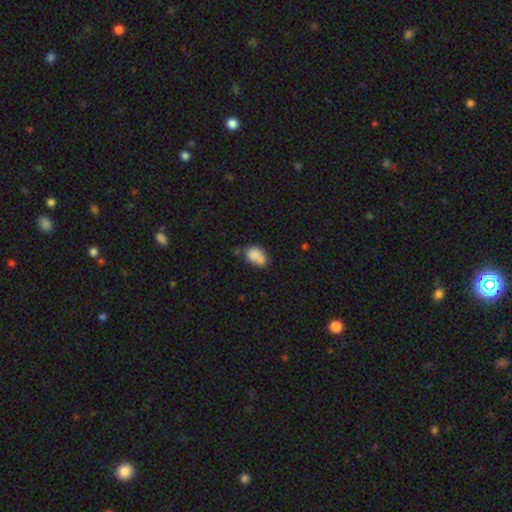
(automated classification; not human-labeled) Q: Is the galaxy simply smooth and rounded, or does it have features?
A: smooth — 80%.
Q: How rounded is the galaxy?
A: in between — 75%.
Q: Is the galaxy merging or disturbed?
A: none — 37%.